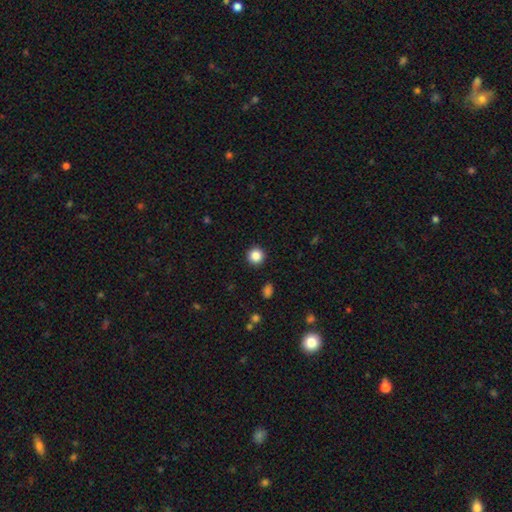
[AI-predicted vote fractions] Q: Smooth or featured?
A: smooth (86%); runner-up: star or artifact (10%)
Q: How rounded?
A: round (95%); runner-up: in between (4%)
Q: Merging?
A: none (92%); runner-up: minor disturbance (5%)